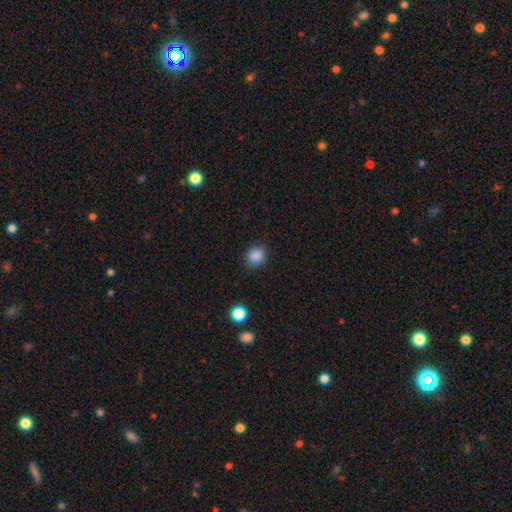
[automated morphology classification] The model was most divided on "how rounded": round: 67%, in between: 32%, cigar-shaped: 1%. More confident: smooth or featured — smooth (87%); merging — none (85%).